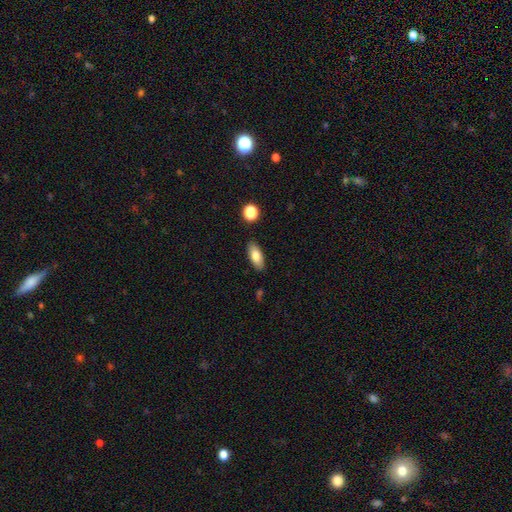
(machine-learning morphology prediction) smooth 78%, featured or disk 14%, star or artifact 7%. Down the decision tree: how rounded — in between (81%); merging — none (87%).